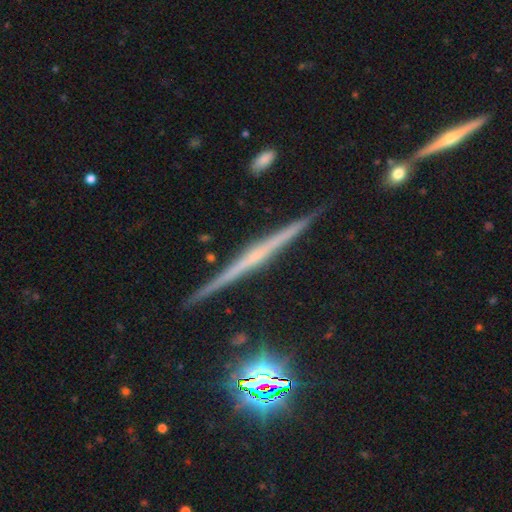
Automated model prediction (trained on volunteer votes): Overall: featured or disk (73%). Edge-on disk: yes (98%). Edge-on bulge: none (57%; rounded 32%). Merging: none (91%).